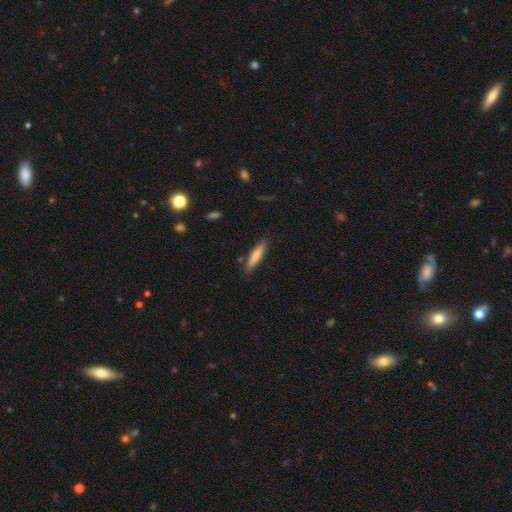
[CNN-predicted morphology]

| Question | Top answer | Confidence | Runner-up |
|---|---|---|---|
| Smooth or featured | smooth | 78% | featured or disk (16%) |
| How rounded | cigar-shaped | 82% | in between (17%) |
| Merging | none | 86% | minor disturbance (10%) |